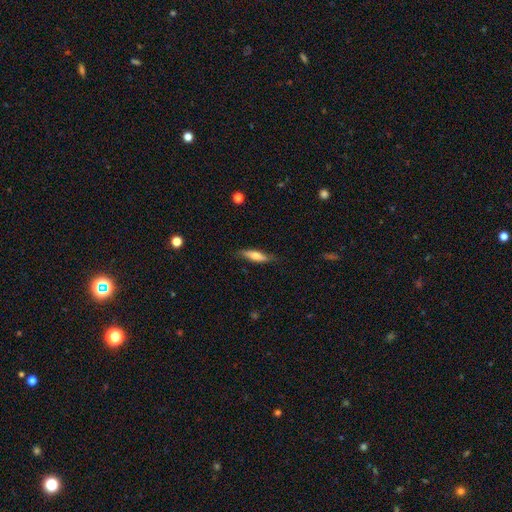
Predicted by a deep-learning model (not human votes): This is likely a smooth galaxy (60%). How rounded: likely cigar-shaped (66%). Merging: likely none (79%).